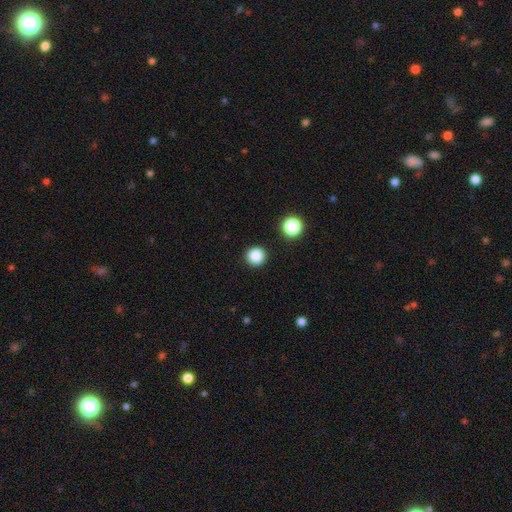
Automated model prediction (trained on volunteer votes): smooth 85%, star or artifact 11%, featured or disk 3%. Down the decision tree: how rounded — round (95%); merging — none (92%).